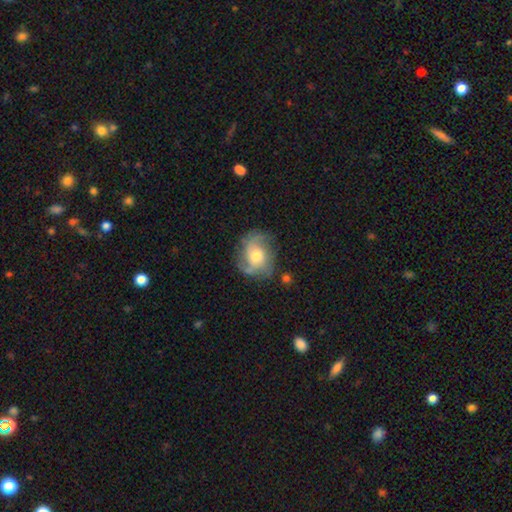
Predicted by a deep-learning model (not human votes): Smooth or featured? Predicted: featured or disk (p=0.63). Edge-on disk? Predicted: no (p=0.97). Bar? Predicted: no (p=0.74). Spiral arms? Predicted: yes (p=0.85). Spiral winding? Predicted: medium (p=0.43). Spiral arm count? Predicted: 2 (p=0.41). Bulge size? Predicted: moderate (p=0.66). Merging? Predicted: none (p=0.66).